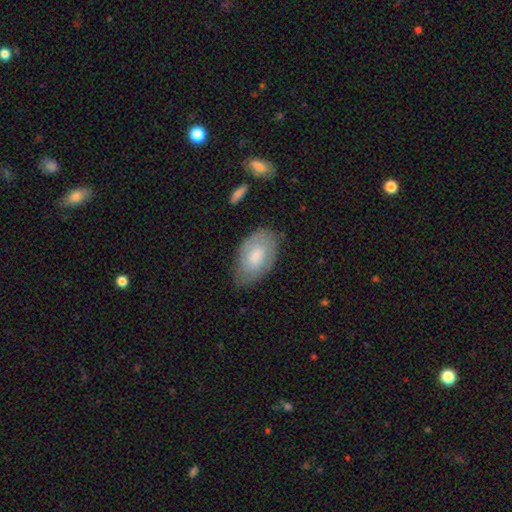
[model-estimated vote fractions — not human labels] smooth-or-featured: smooth: 60% | featured or disk: 33% | star or artifact: 6%
  how-rounded: in between: 93% | round: 5% | cigar-shaped: 2%
  merging: none: 71% | minor disturbance: 21% | major disturbance: 6% | merger: 2%